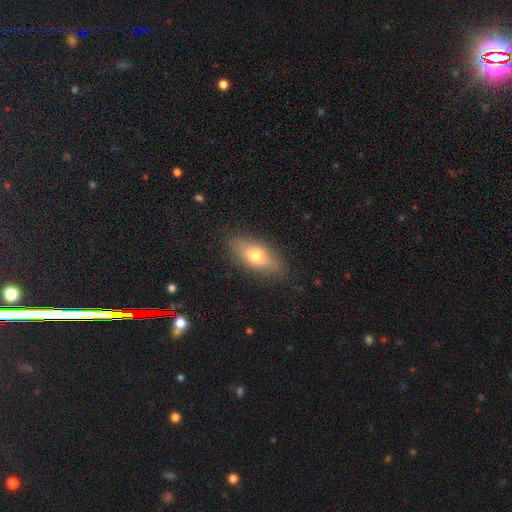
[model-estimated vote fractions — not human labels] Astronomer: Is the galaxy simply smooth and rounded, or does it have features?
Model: smooth — 70%.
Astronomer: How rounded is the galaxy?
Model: in between — 80%.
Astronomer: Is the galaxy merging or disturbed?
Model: none — 83%.